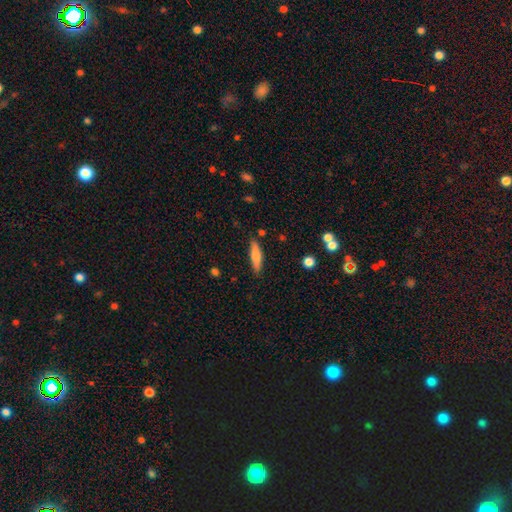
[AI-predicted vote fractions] Q: Smooth or featured?
A: smooth (64%); runner-up: featured or disk (30%)
Q: How rounded?
A: cigar-shaped (71%); runner-up: in between (28%)
Q: Merging?
A: none (85%); runner-up: minor disturbance (11%)